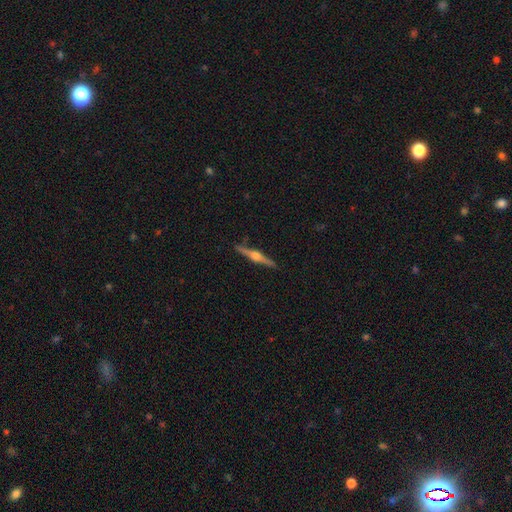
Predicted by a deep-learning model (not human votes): Morphology: type=featured or disk (82%); edge-on=yes (98%); edge-on bulge=rounded (93%); merging=none (91%).